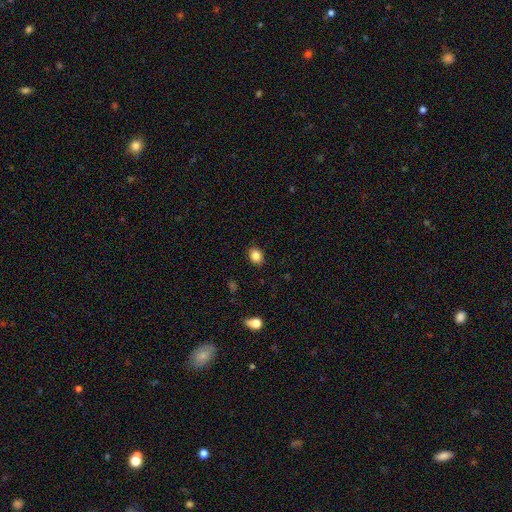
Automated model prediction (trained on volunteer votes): Q: Smooth or featured?
A: smooth (85%); runner-up: star or artifact (10%)
Q: How rounded?
A: round (51%); runner-up: in between (48%)
Q: Merging?
A: none (89%); runner-up: minor disturbance (8%)